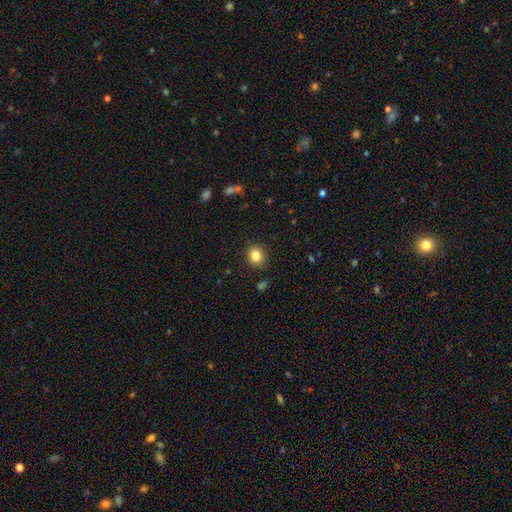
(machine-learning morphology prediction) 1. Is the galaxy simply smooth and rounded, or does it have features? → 83% smooth, 11% star or artifact, 6% featured or disk.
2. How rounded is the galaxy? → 80% round, 19% in between, 1% cigar-shaped.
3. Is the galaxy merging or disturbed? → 89% none, 8% minor disturbance, 2% major disturbance, 1% merger.